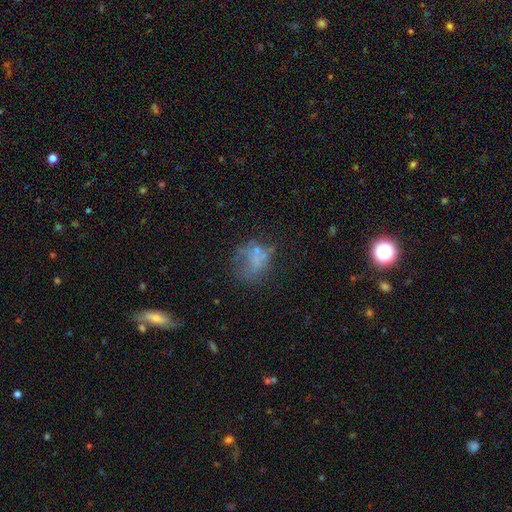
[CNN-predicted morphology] A smooth galaxy with no disk features (44%). Merging: none (41%).